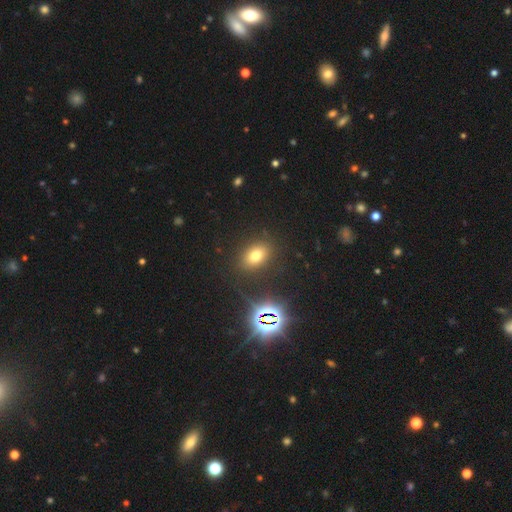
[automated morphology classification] This is likely a smooth galaxy (66%). How rounded: likely in between (70%). Merging: clearly none (85%).